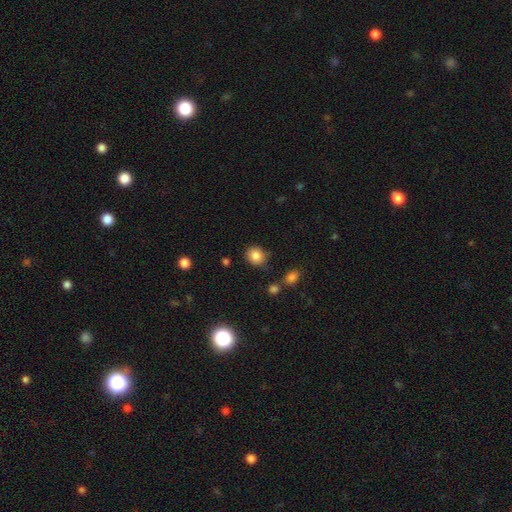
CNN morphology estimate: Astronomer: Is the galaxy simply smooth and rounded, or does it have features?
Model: smooth — 85%.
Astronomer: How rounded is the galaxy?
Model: round — 76%.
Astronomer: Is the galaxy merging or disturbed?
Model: none — 81%.